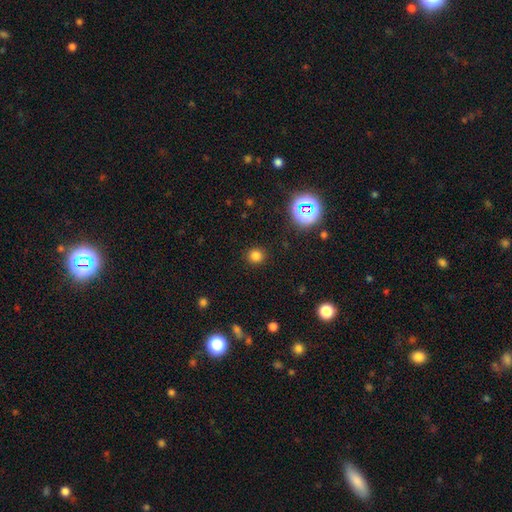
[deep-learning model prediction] smooth-or-featured: smooth: 78% | star or artifact: 18% | featured or disk: 4%
  how-rounded: round: 90% | in between: 9% | cigar-shaped: 1%
  merging: none: 91% | minor disturbance: 6% | major disturbance: 2% | merger: 1%